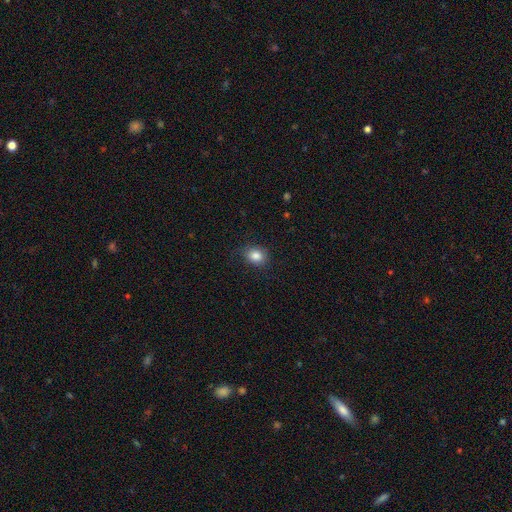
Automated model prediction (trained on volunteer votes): Q: Smooth or featured?
A: smooth (85%); runner-up: star or artifact (10%)
Q: How rounded?
A: round (59%); runner-up: in between (40%)
Q: Merging?
A: none (79%); runner-up: minor disturbance (16%)